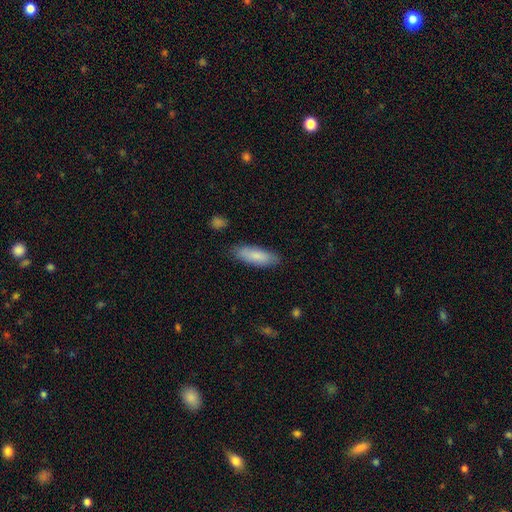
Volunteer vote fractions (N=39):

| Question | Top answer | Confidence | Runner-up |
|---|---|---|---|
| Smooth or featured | smooth | 87% | featured or disk (10%) |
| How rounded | in between | 79% | cigar-shaped (21%) |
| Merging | none | 89% | minor disturbance (5%) |